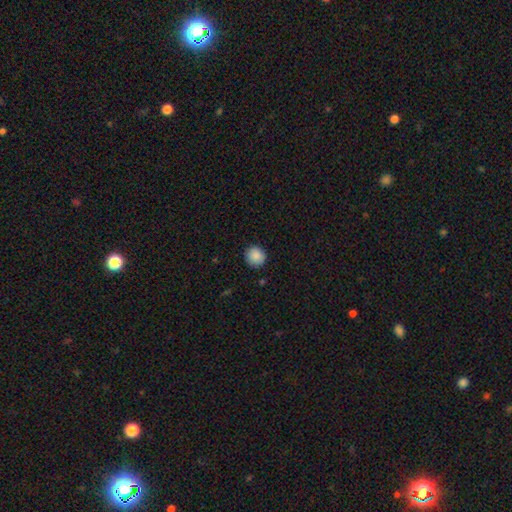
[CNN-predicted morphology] Smooth or featured: smooth — 88% (star or artifact — 8%)
How rounded: round — 91% (in between — 8%)
Merging: none — 89% (minor disturbance — 8%)